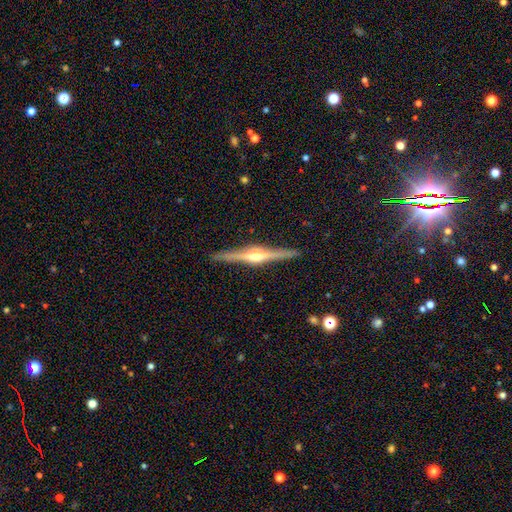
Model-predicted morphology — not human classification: Smooth or featured: featured or disk — 84% (smooth — 11%)
Edge-on disk: yes — 98% (no — 2%)
Edge-on bulge: rounded — 89% (boxy — 8%)
Merging: none — 91% (minor disturbance — 6%)